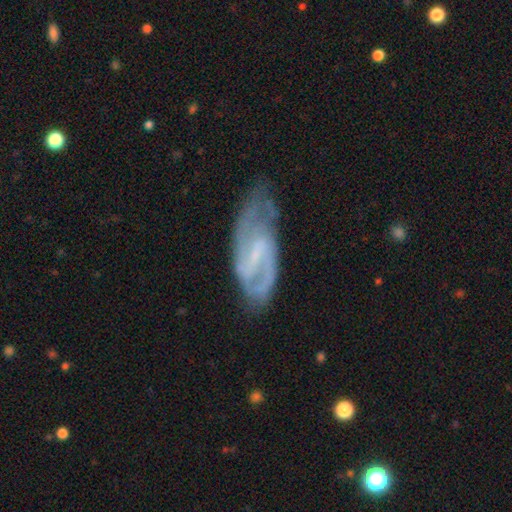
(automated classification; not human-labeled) Smooth or featured?
  - featured or disk: 82% *
  - smooth: 12%
  - star or artifact: 6%
Edge-on disk?
  - no: 93% *
  - yes: 7%
Bar?
  - weak: 46% *
  - strong: 36%
  - no: 18%
Spiral arms?
  - yes: 94% *
  - no: 6%
Spiral winding?
  - medium: 48% *
  - tight: 35%
  - loose: 18%
Spiral arm count?
  - 2: 79% *
  - can't tell: 11%
  - 3: 4%
  - 1: 3%
  - 4: 2%
  - more than 4: 1%
Bulge size?
  - small: 58% *
  - none: 26%
  - moderate: 13%
  - large: 1%
  - dominant: 1%
Merging?
  - none: 62% *
  - minor disturbance: 25%
  - major disturbance: 11%
  - merger: 2%